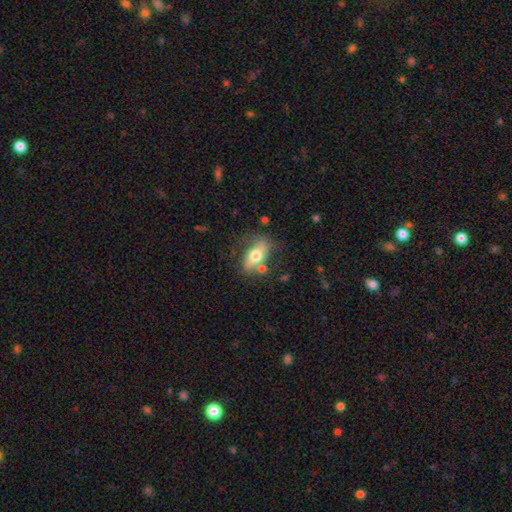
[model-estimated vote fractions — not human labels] smooth-or-featured: smooth: 59% | featured or disk: 34% | star or artifact: 7%
  how-rounded: in between: 84% | cigar-shaped: 8% | round: 8%
  merging: none: 63% | minor disturbance: 19% | merger: 10% | major disturbance: 9%